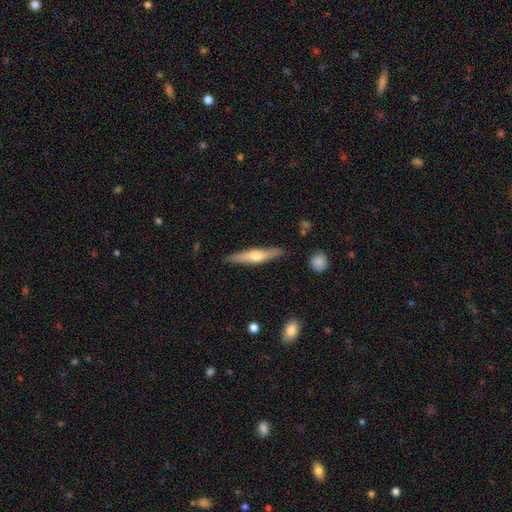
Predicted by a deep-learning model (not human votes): Q: Smooth or featured?
A: featured or disk (56%); runner-up: smooth (39%)
Q: Edge-on disk?
A: yes (94%); runner-up: no (6%)
Q: Edge-on bulge?
A: rounded (89%); runner-up: none (6%)
Q: Merging?
A: none (88%); runner-up: minor disturbance (9%)